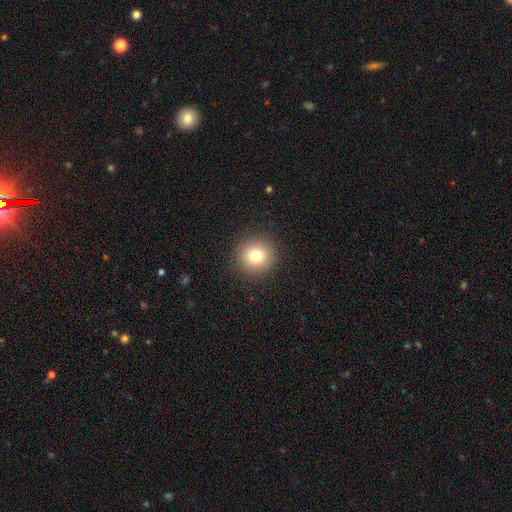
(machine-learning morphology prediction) The model was most divided on "smooth or featured": smooth: 78%, star or artifact: 13%, featured or disk: 10%. More confident: how rounded — round (93%); merging — none (91%).